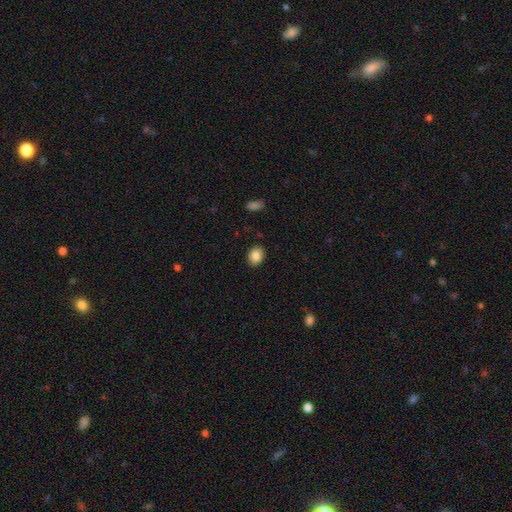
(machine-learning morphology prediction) Smooth or featured? smooth (87%)
How rounded? in between (66%)
Merging? none (88%)